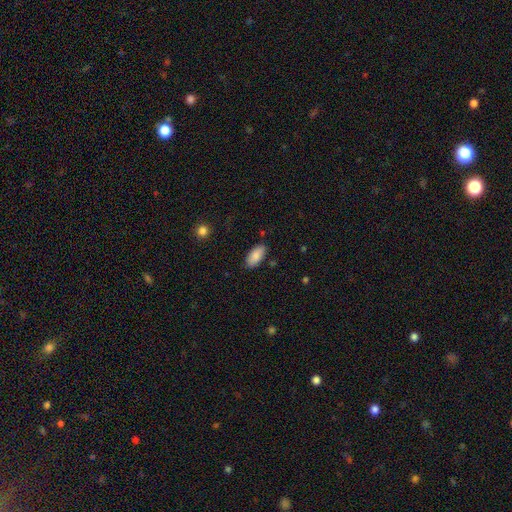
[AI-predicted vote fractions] Smooth or featured?
  - smooth: 87% *
  - star or artifact: 7%
  - featured or disk: 6%
How rounded?
  - in between: 92% *
  - cigar-shaped: 6%
  - round: 2%
Merging?
  - none: 85% *
  - minor disturbance: 11%
  - major disturbance: 2%
  - merger: 2%